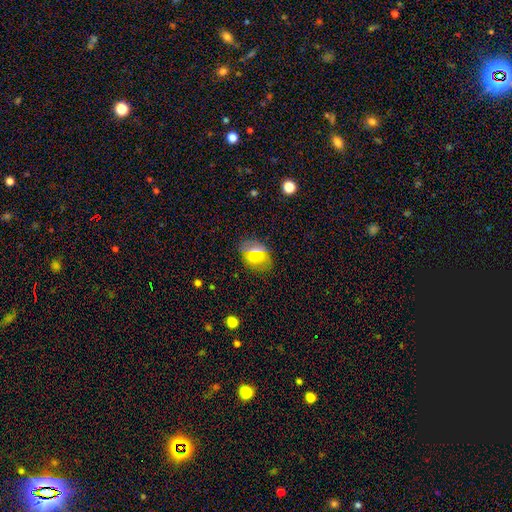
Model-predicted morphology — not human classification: Smooth or featured? Predicted: smooth (p=0.66). How rounded? Predicted: in between (p=0.49, tied with round). Merging? Predicted: none (p=0.82).